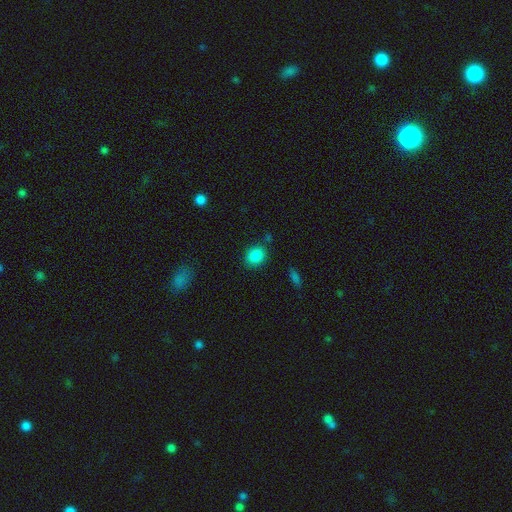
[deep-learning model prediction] smooth 86%, star or artifact 9%, featured or disk 4%. Down the decision tree: how rounded — round (54%); merging — none (81%).